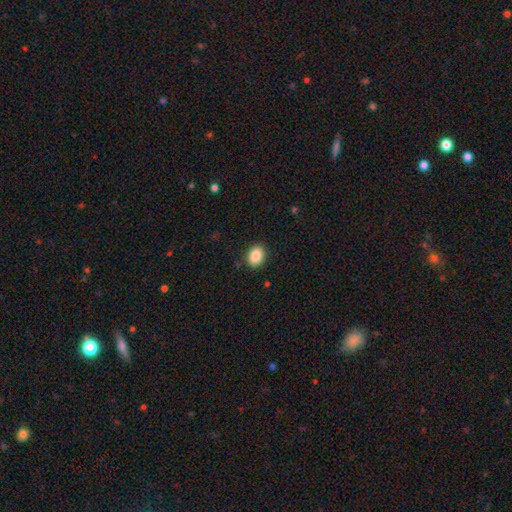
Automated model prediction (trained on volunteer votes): Smooth or featured: smooth — 87% (star or artifact — 8%)
How rounded: in between — 68% (round — 31%)
Merging: none — 88% (minor disturbance — 9%)